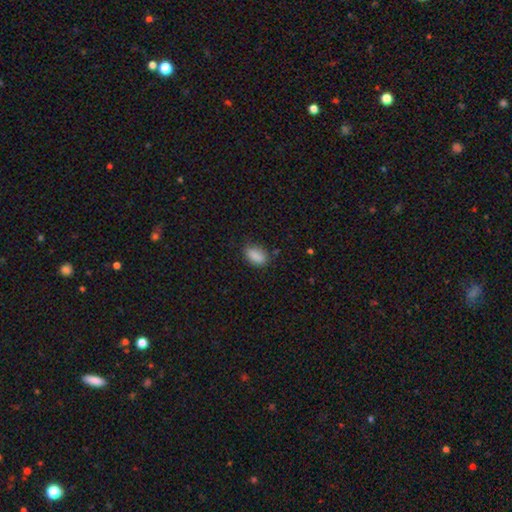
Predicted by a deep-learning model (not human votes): Smooth or featured: smooth — 87% (star or artifact — 8%)
How rounded: in between — 88% (round — 9%)
Merging: none — 74% (minor disturbance — 20%)